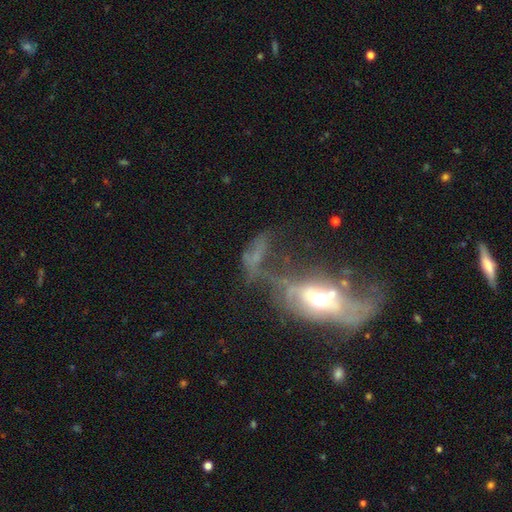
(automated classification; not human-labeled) smooth-or-featured: featured or disk: 52% | smooth: 29% | star or artifact: 19%
  disk-edge-on: no: 81% | yes: 19%
  merging: major disturbance: 40% | merger: 31% | none: 17% | minor disturbance: 11%